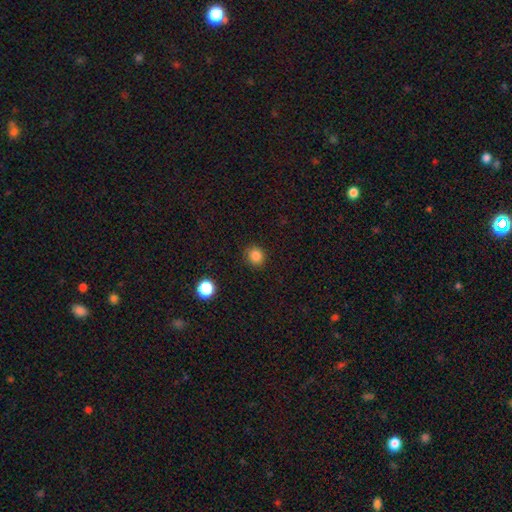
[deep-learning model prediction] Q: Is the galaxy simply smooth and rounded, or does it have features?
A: smooth — 85%.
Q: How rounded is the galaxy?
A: round — 83%.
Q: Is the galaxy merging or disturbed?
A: none — 88%.